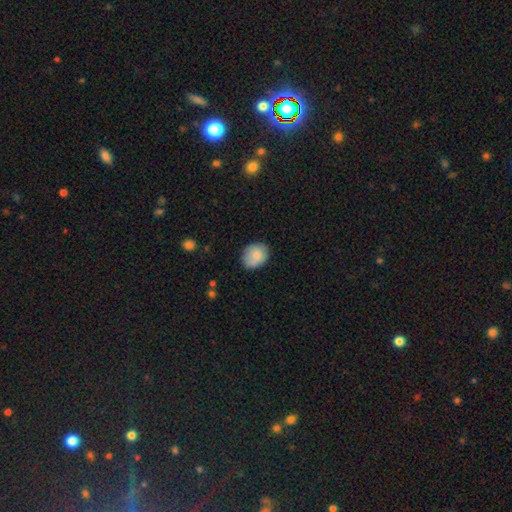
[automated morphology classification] This appears to be a smooth galaxy with no disk features (84%) that is round (51%). Merging: none (76%).